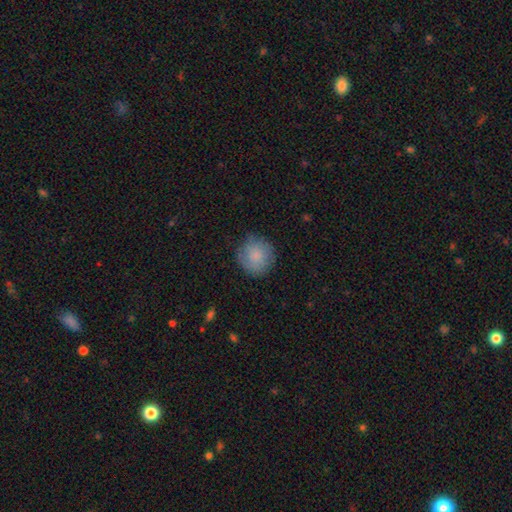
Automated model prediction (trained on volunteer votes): smooth-or-featured: smooth: 80% | featured or disk: 13% | star or artifact: 7%
  how-rounded: round: 92% | in between: 7% | cigar-shaped: 1%
  merging: none: 80% | minor disturbance: 15% | major disturbance: 4% | merger: 1%